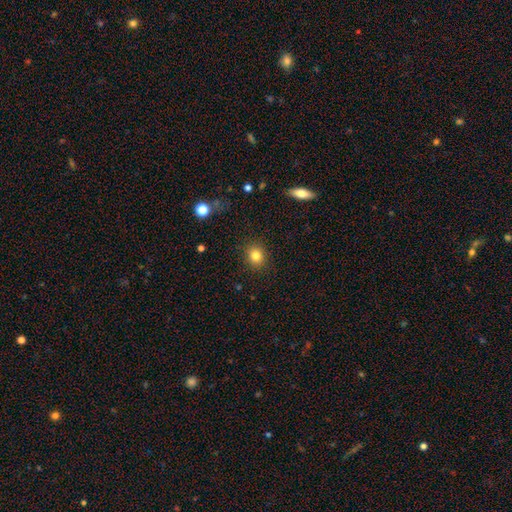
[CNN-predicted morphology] Q: Smooth or featured?
A: smooth (82%); runner-up: star or artifact (11%)
Q: How rounded?
A: round (77%); runner-up: in between (22%)
Q: Merging?
A: none (89%); runner-up: minor disturbance (7%)